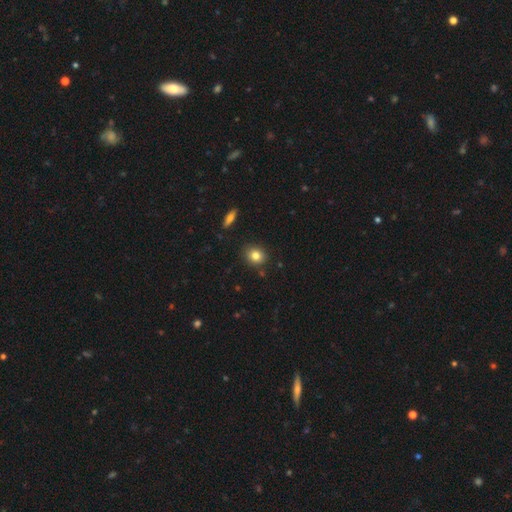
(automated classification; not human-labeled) This is clearly a smooth galaxy (81%). How rounded: likely round (69%). Merging: clearly none (87%).